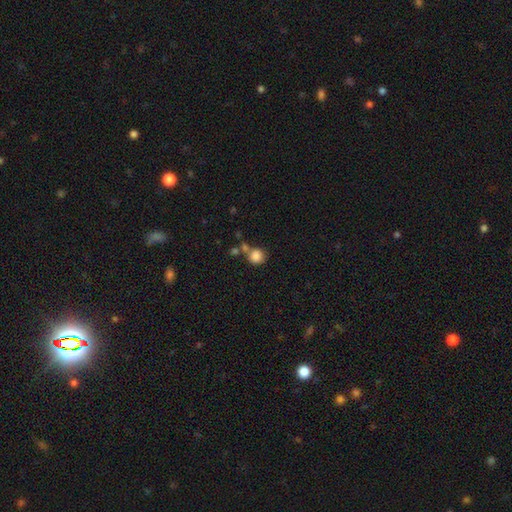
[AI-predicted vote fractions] Q: Smooth or featured?
A: smooth (84%); runner-up: star or artifact (10%)
Q: How rounded?
A: round (86%); runner-up: in between (13%)
Q: Merging?
A: none (55%); runner-up: merger (26%)